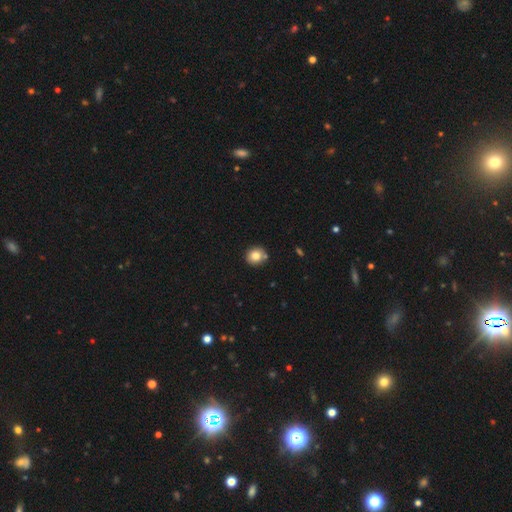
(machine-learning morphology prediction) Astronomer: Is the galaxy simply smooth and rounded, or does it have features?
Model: smooth — 82%.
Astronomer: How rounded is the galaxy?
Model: round — 86%.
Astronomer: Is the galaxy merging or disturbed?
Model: none — 82%.